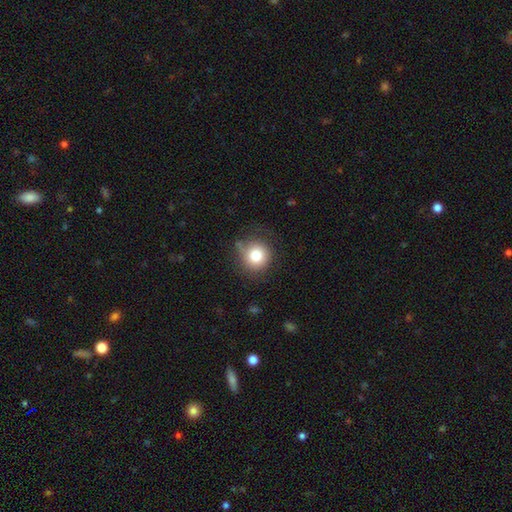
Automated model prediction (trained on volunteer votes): The model was most divided on "merging": none: 75%, minor disturbance: 17%, major disturbance: 5%, merger: 2%. More confident: how rounded — round (92%); smooth or featured — smooth (79%).